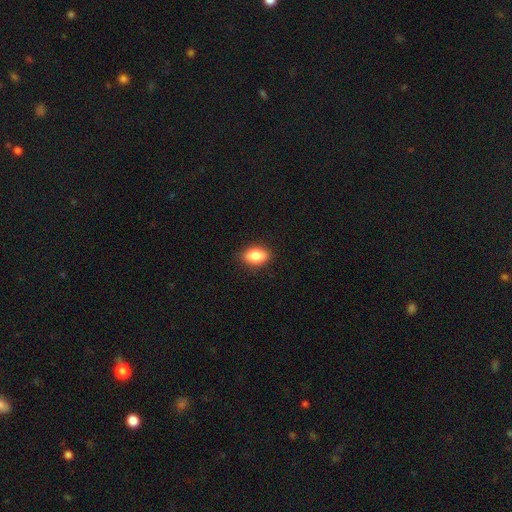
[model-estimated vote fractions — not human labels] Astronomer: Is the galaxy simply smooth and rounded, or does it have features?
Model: smooth — 86%.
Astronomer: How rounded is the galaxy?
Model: in between — 88%.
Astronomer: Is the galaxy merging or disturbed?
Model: none — 88%.